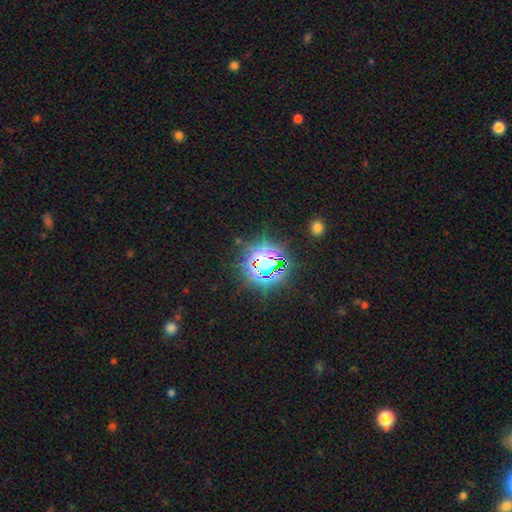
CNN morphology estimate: A star or artifact, not a galaxy (75%).